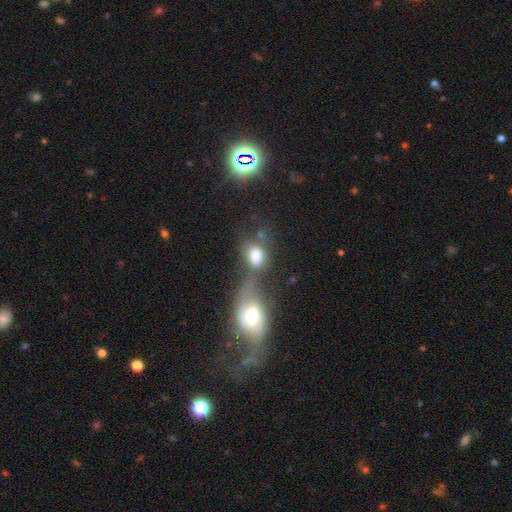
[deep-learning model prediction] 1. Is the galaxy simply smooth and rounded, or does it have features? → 66% smooth, 23% featured or disk, 11% star or artifact.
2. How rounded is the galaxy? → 71% in between, 26% round, 2% cigar-shaped.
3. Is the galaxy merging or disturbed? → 58% merger, 19% none, 13% major disturbance, 10% minor disturbance.